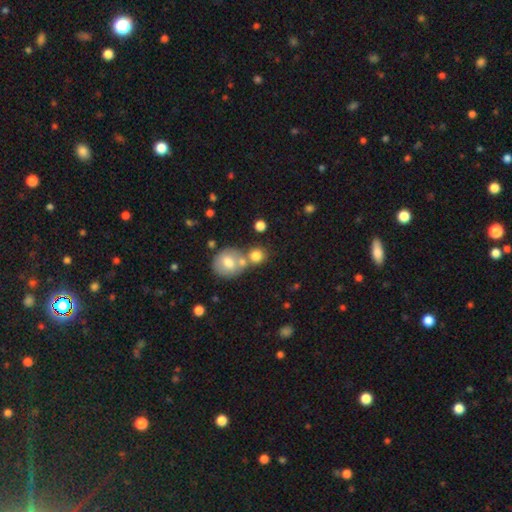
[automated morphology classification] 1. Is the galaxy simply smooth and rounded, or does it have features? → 76% smooth, 14% featured or disk, 11% star or artifact.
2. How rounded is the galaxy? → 83% round, 15% in between, 1% cigar-shaped.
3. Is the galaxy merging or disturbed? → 45% none, 43% merger, 8% minor disturbance, 4% major disturbance.